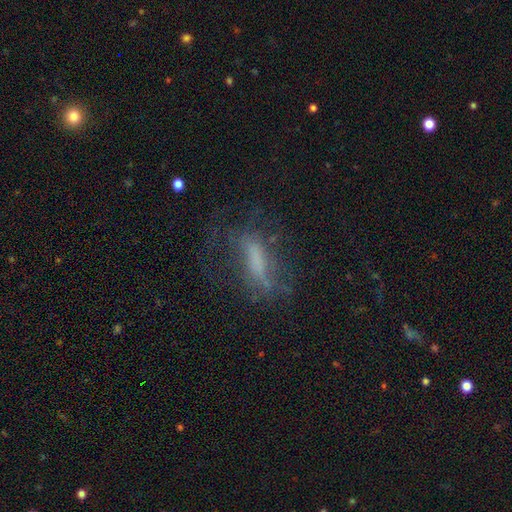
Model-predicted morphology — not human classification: smooth-or-featured: featured or disk: 42% | smooth: 41% | star or artifact: 18%
  merging: none: 54% | major disturbance: 22% | minor disturbance: 21% | merger: 2%